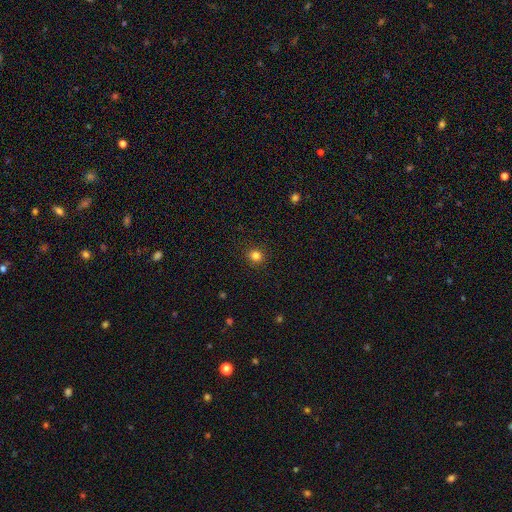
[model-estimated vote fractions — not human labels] smooth-or-featured: smooth: 83% | star or artifact: 13% | featured or disk: 5%
  how-rounded: round: 89% | in between: 10% | cigar-shaped: 1%
  merging: none: 91% | minor disturbance: 6% | major disturbance: 2% | merger: 1%